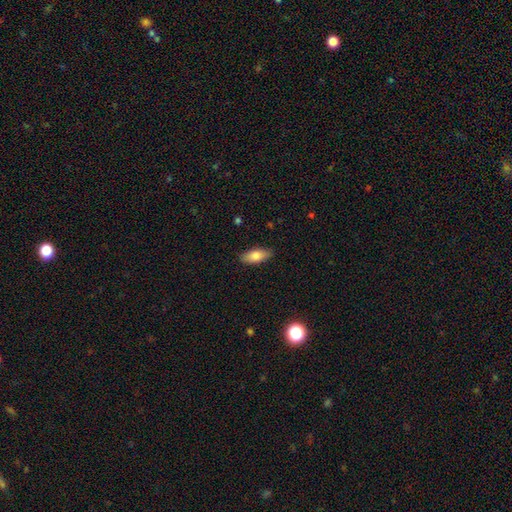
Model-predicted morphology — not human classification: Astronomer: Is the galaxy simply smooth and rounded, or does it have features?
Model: smooth — 78%.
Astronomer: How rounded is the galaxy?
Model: in between — 79%.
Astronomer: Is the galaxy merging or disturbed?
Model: none — 87%.